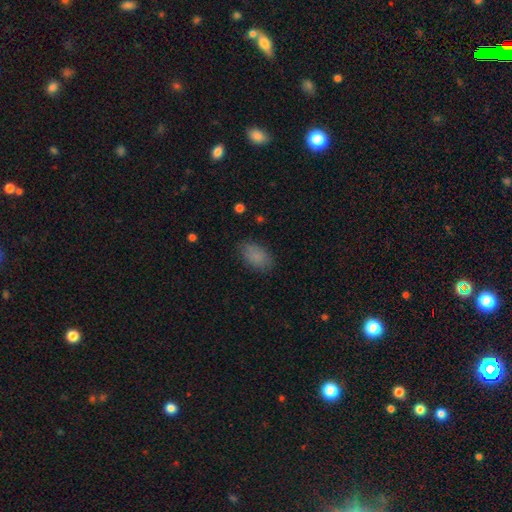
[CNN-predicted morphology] smooth 85%, star or artifact 9%, featured or disk 6%. Down the decision tree: how rounded — in between (90%); merging — none (81%).